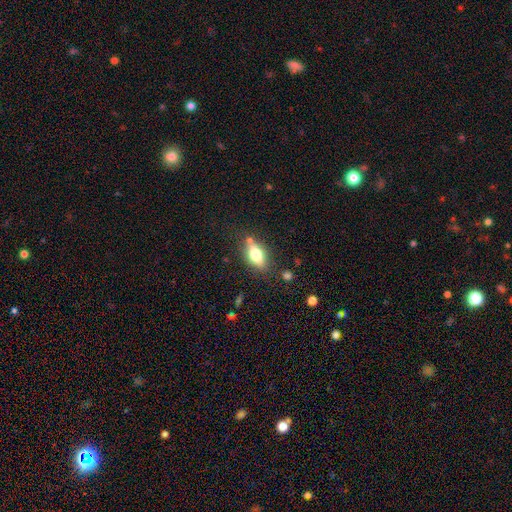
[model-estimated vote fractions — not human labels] Morphology: type=smooth (64%); roundness=in between (80%); merging=none (75%).